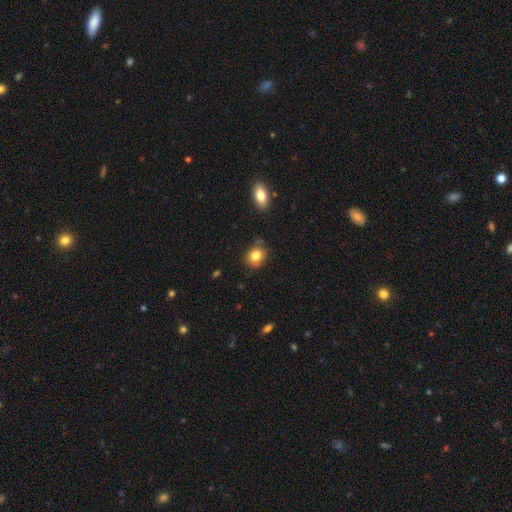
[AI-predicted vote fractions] Q: Smooth or featured?
A: smooth (83%); runner-up: star or artifact (9%)
Q: How rounded?
A: round (65%); runner-up: in between (34%)
Q: Merging?
A: none (75%); runner-up: minor disturbance (18%)